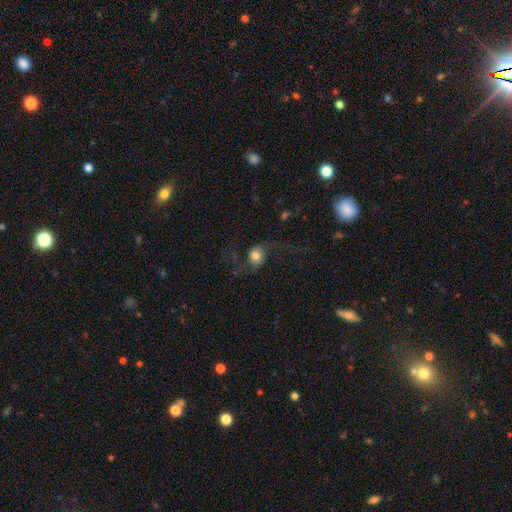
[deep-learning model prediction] The model was most divided on "smooth or featured": featured or disk: 48%, smooth: 42%, star or artifact: 9%. Remaining: merging — none (50%).